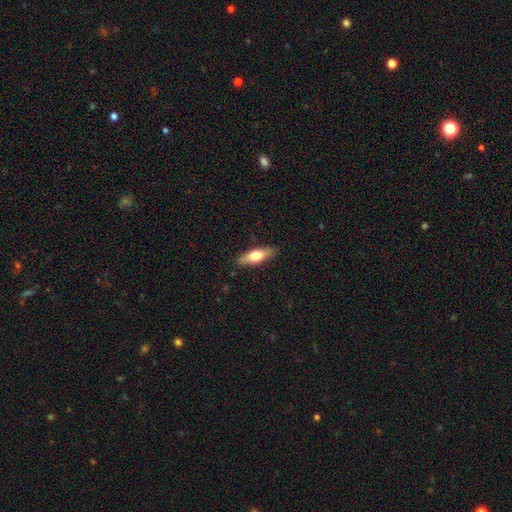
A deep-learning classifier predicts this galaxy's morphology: Smooth or featured?
  - smooth: 56% *
  - featured or disk: 38%
  - star or artifact: 6%
How rounded?
  - cigar-shaped: 49% *
  - in between: 48%
  - round: 3%
Merging?
  - none: 87% *
  - minor disturbance: 10%
  - major disturbance: 2%
  - merger: 1%